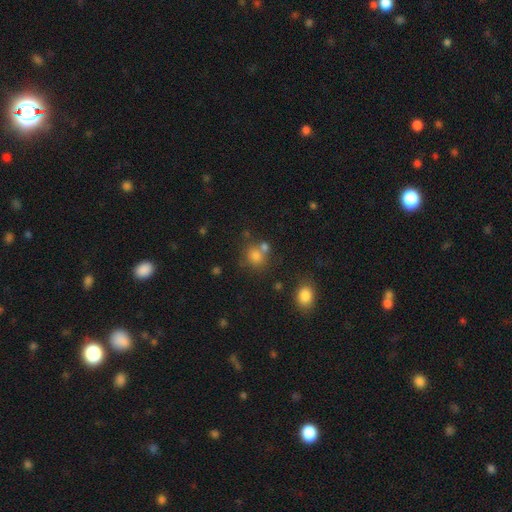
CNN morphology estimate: This is likely a smooth galaxy (77%). How rounded: likely round (75%). Merging: possibly none (56%).